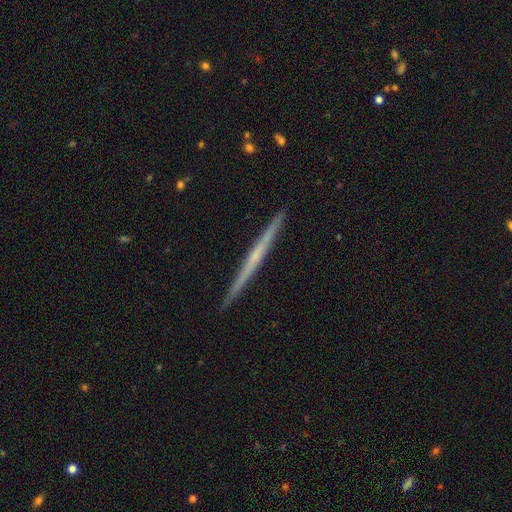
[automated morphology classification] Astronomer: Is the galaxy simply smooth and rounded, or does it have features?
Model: featured or disk — 67%.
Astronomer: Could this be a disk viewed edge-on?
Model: yes — 98%.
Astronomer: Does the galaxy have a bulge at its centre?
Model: none — 72%.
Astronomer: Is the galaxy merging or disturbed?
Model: none — 92%.